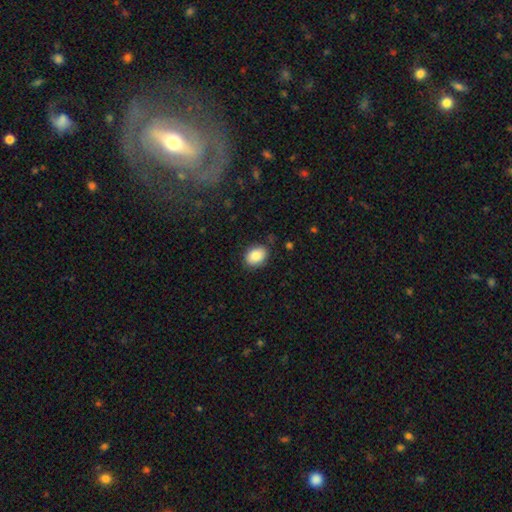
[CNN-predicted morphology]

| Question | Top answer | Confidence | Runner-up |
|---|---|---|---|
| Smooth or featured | smooth | 87% | star or artifact (7%) |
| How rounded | in between | 69% | round (30%) |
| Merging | none | 83% | minor disturbance (13%) |